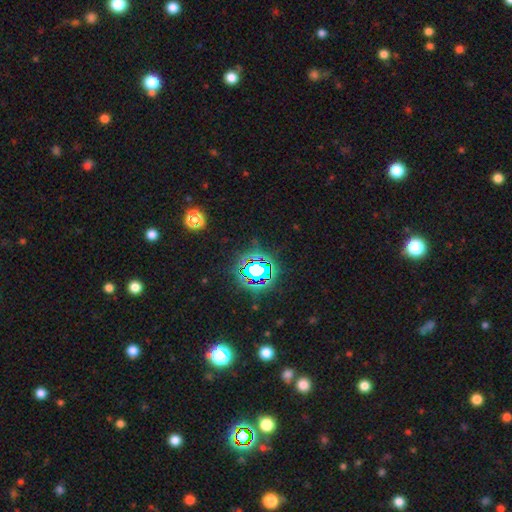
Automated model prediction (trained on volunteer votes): smooth_or_featured: star or artifact (p=0.79) [alt: smooth p=0.14]